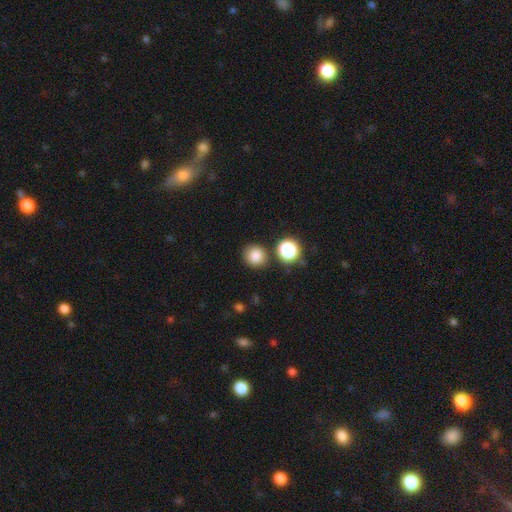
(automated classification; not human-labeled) Morphology: type=smooth (82%); roundness=round (89%); merging=none (83%).